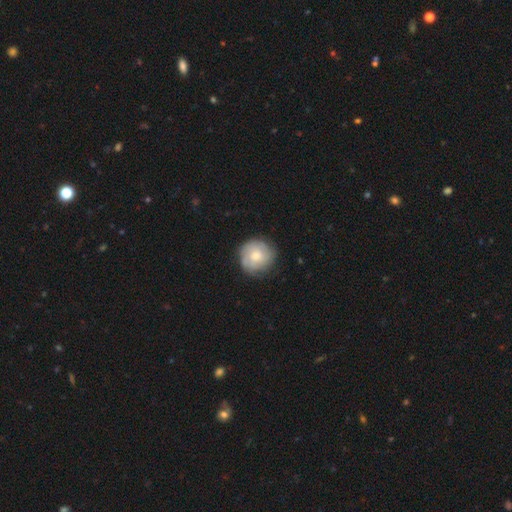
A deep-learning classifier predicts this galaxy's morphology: Smooth or featured?
  - smooth: 57% *
  - featured or disk: 36%
  - star or artifact: 6%
How rounded?
  - round: 91% *
  - in between: 8%
  - cigar-shaped: 1%
Merging?
  - none: 78% *
  - minor disturbance: 16%
  - major disturbance: 4%
  - merger: 1%